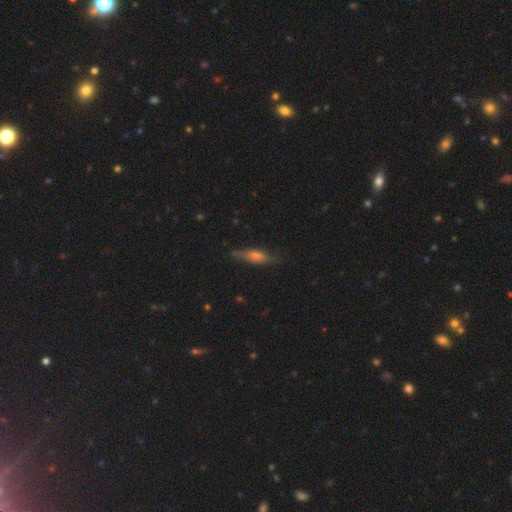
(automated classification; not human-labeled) A featured or disk galaxy (49%). Merging: none (75%).